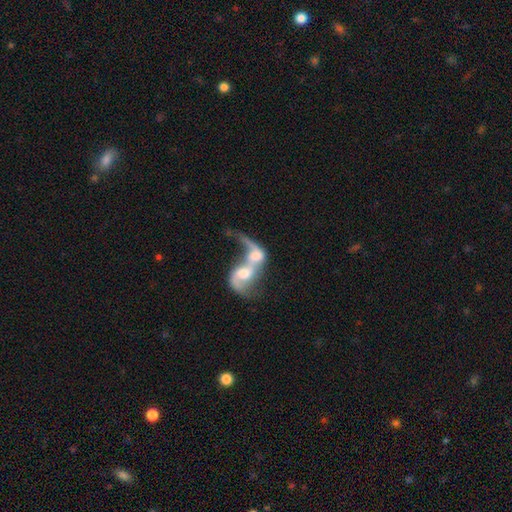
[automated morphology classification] A featured or disk galaxy (64%) with no bar (55%), spiral arms (73%) and a moderate central bulge (51%).

Vote fractions:
- Smooth or featured? featured or disk: 64% / smooth: 28% / star or artifact: 8%
- Edge-on disk? no: 94% / yes: 6%
- Bar? no: 55% / weak: 34% / strong: 11%
- Spiral arms? yes: 73% / no: 27%
- Bulge size? moderate: 51% / large: 19% / small: 17% / none: 11% / dominant: 3%
- Merging? merger: 81% / major disturbance: 9% / none: 7% / minor disturbance: 4%